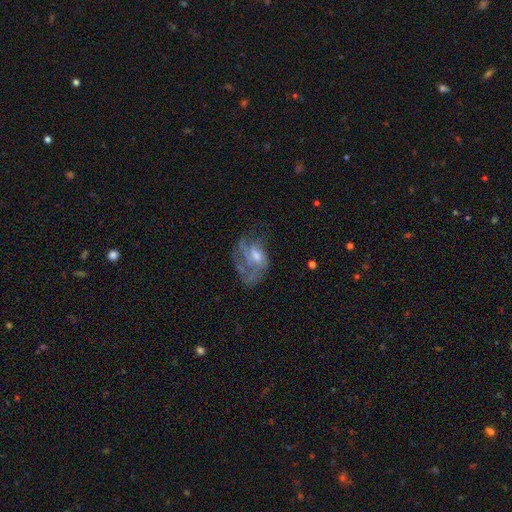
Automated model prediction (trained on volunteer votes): A featured or disk galaxy (67%) with no bar (62%), spiral arms (64%) and a moderate central bulge (50%). Merging: major disturbance (39%).